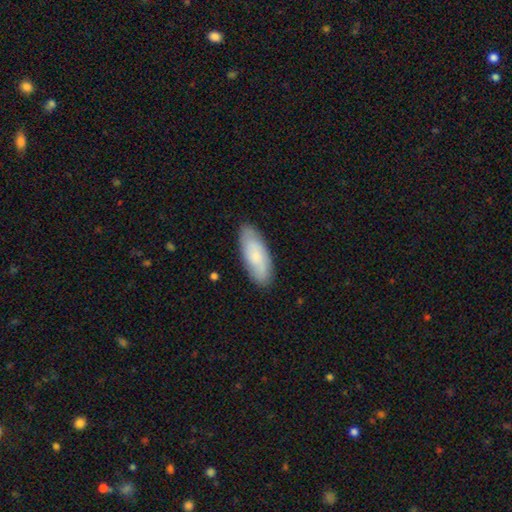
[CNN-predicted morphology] Overall: smooth (71%). How rounded: in between (76%). Merging: none (86%).